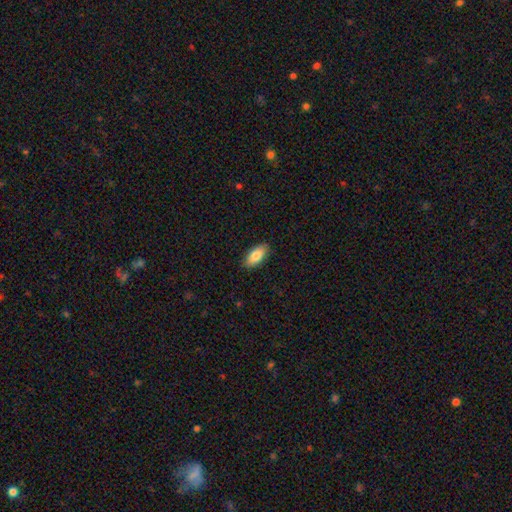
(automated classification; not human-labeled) Smooth or featured?
  - smooth: 83% *
  - featured or disk: 11%
  - star or artifact: 6%
How rounded?
  - in between: 91% *
  - cigar-shaped: 7%
  - round: 2%
Merging?
  - none: 88% *
  - minor disturbance: 9%
  - major disturbance: 2%
  - merger: 1%